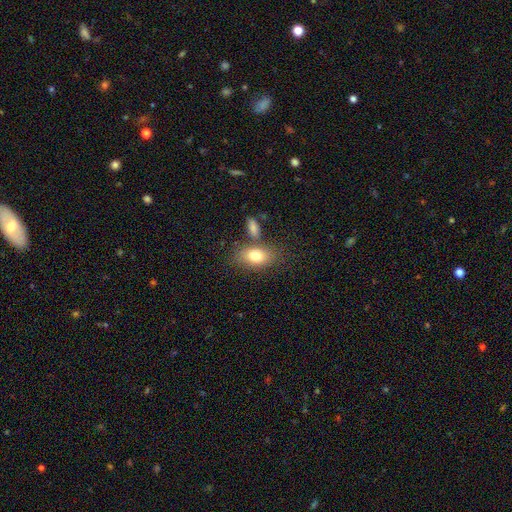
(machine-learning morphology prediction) type=smooth (77%); roundness=in between (85%); merging=none (65%).